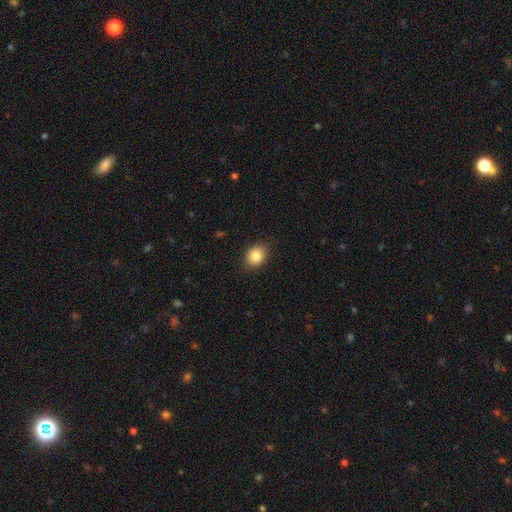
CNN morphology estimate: Overall: smooth (85%). How rounded: round (58%; in between 41%). Merging: none (87%).